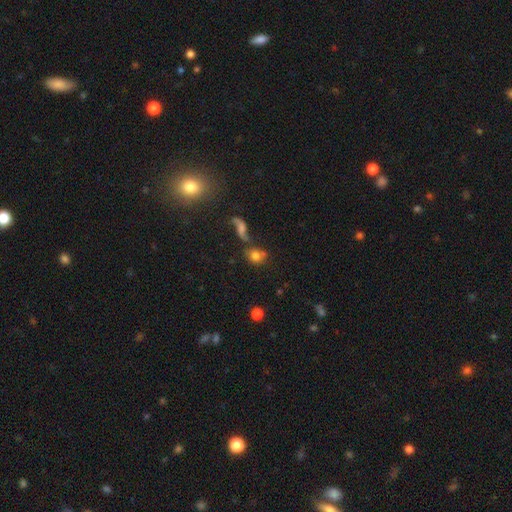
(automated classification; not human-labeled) Smooth or featured? Predicted: smooth (p=0.72). How rounded? Predicted: round (p=0.66). Merging? Predicted: none (p=0.45).